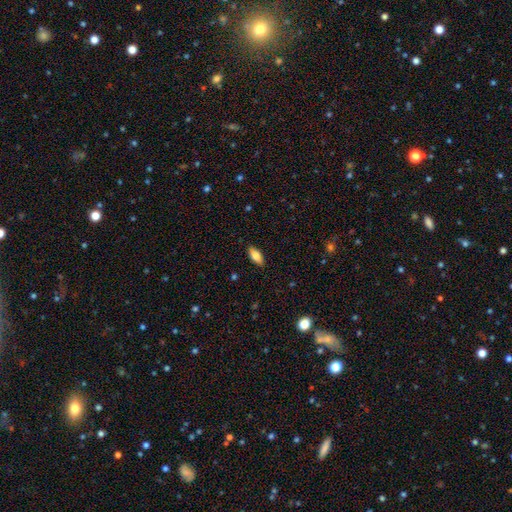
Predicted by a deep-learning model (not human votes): The model was most divided on "smooth or featured": smooth: 74%, featured or disk: 19%, star or artifact: 7%. More confident: merging — none (87%); how rounded — in between (80%).